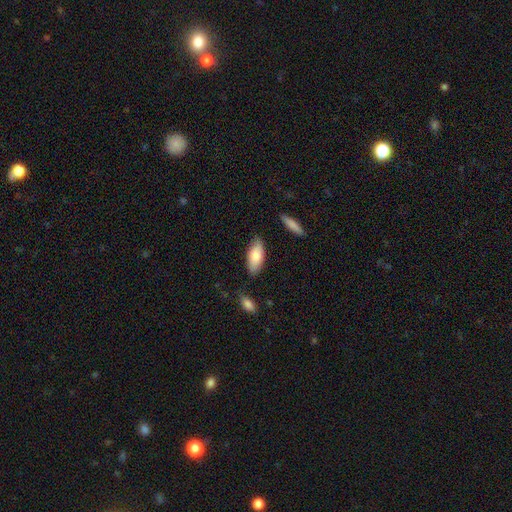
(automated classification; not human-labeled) smooth_or_featured: smooth (p=0.78) [alt: featured or disk p=0.16]
how_rounded: in between (p=0.85) [alt: cigar-shaped p=0.13]
merging: none (p=0.79) [alt: minor disturbance p=0.16]